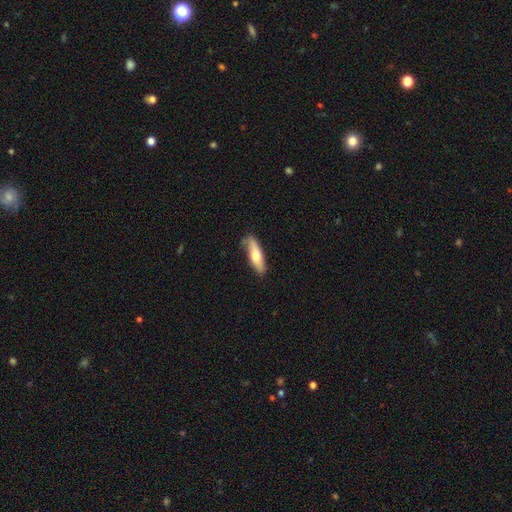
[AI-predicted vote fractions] smooth_or_featured: smooth (p=0.61) [alt: featured or disk p=0.34]
how_rounded: cigar-shaped (p=0.56) [alt: in between p=0.41]
merging: none (p=0.73) [alt: minor disturbance p=0.21]